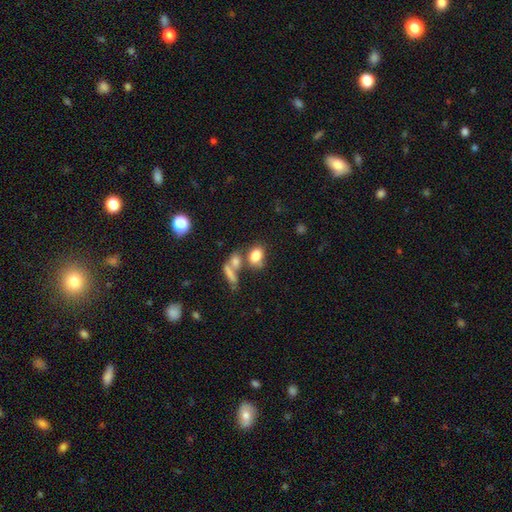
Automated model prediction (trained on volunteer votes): Smooth or featured? Predicted: smooth (p=0.79). How rounded? Predicted: in between (p=0.74). Merging? Predicted: none (p=0.47).